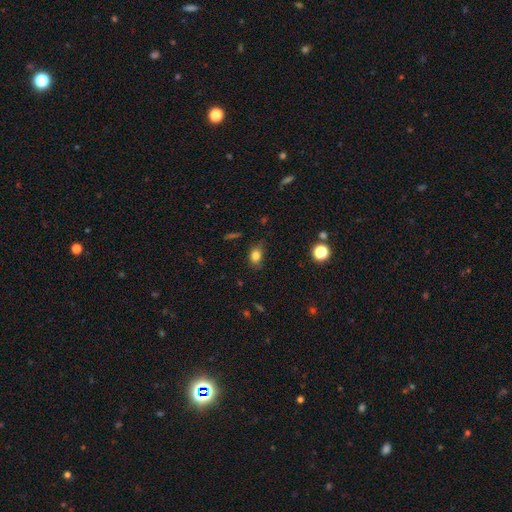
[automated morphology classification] A smooth galaxy with no disk features (80%) that is in between round and cigar-shaped (64%).

Vote fractions:
- Smooth or featured? smooth: 80% / star or artifact: 12% / featured or disk: 8%
- How rounded? in between: 64% / round: 34% / cigar-shaped: 2%
- Merging? none: 67% / minor disturbance: 25% / major disturbance: 6% / merger: 2%